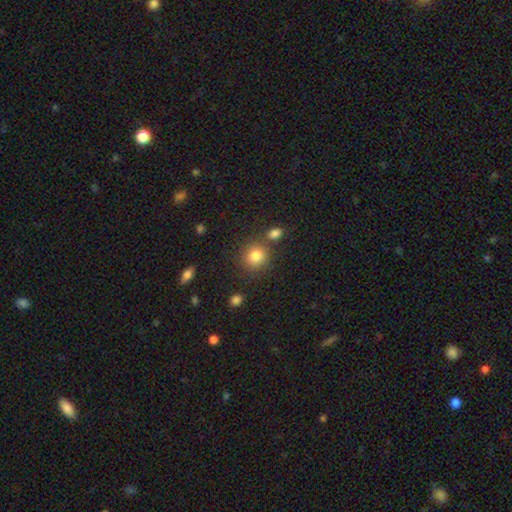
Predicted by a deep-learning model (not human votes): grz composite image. It shows a smooth galaxy with no disk features (82%) that is round (84%). Merging: none (76%).